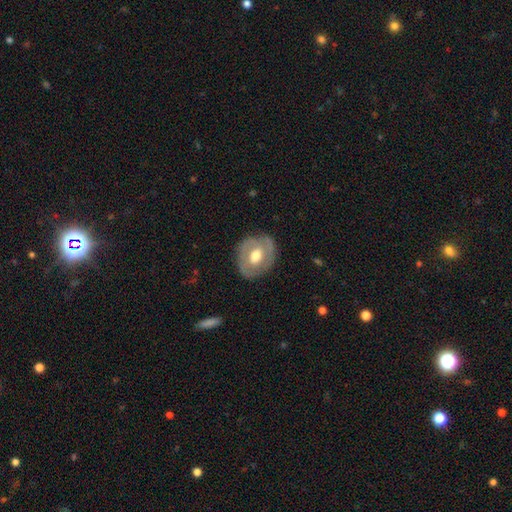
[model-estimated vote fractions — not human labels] The model was most divided on "spiral arms": no: 55%, yes: 45%. More confident: edge-on disk — no (95%); merging — none (77%); bulge size — moderate (70%); smooth or featured — featured or disk (60%); bar — no (58%).